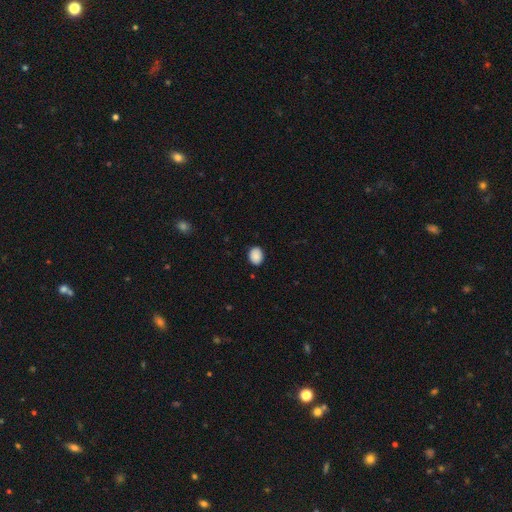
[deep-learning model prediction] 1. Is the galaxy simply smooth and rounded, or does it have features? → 88% smooth, 8% star or artifact, 4% featured or disk.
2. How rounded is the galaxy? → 53% in between, 46% round, 1% cigar-shaped.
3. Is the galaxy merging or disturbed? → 86% none, 11% minor disturbance, 2% major disturbance, 1% merger.